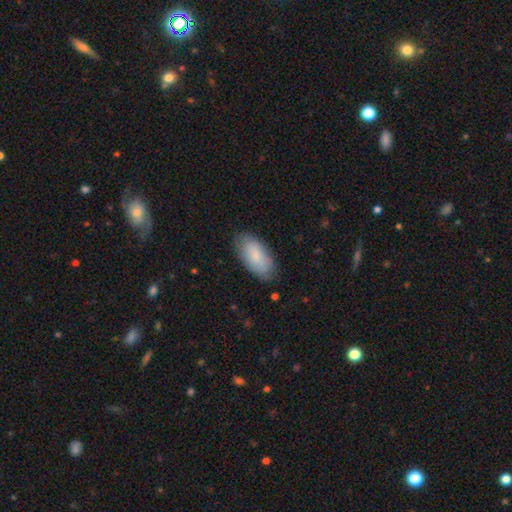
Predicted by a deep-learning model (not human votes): This is clearly a smooth galaxy (81%). How rounded: clearly in between (93%). Merging: likely none (80%).